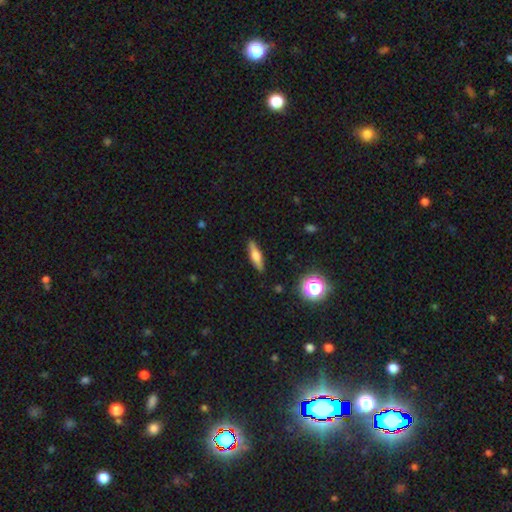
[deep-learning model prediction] Smooth or featured? smooth (50%)
How rounded? cigar-shaped (69%)
Merging? none (89%)